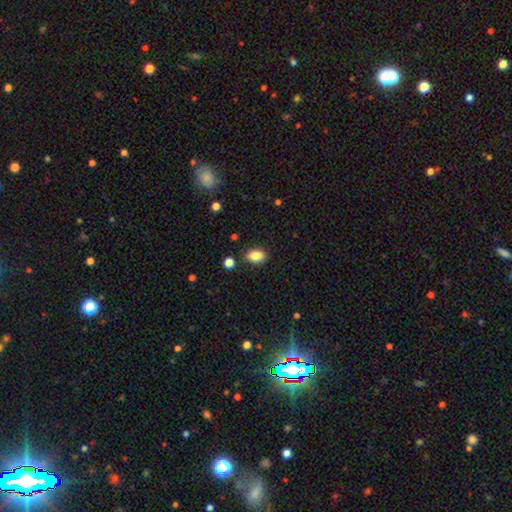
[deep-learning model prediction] Smooth or featured?
  - smooth: 85% *
  - star or artifact: 9%
  - featured or disk: 7%
How rounded?
  - in between: 85% *
  - round: 13%
  - cigar-shaped: 2%
Merging?
  - none: 86% *
  - minor disturbance: 9%
  - merger: 2%
  - major disturbance: 2%